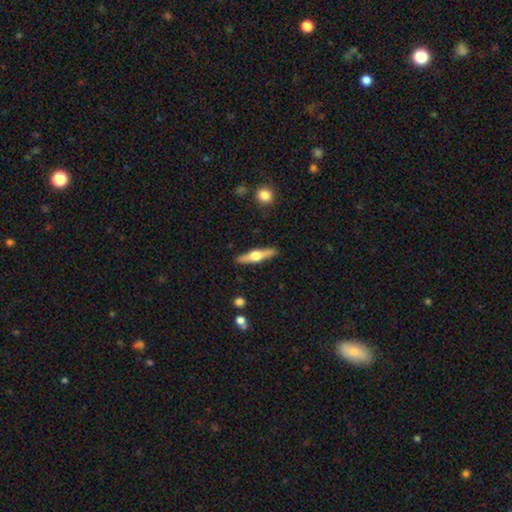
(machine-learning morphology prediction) Overall: featured or disk (63%; smooth 31%). Edge-on disk: yes (96%). Edge-on bulge: rounded (95%). Merging: none (90%).